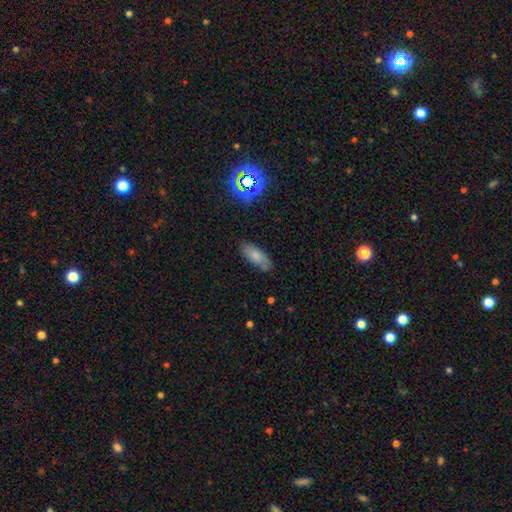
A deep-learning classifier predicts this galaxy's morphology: Smooth or featured? smooth (75%)
How rounded? in between (79%)
Merging? none (73%)